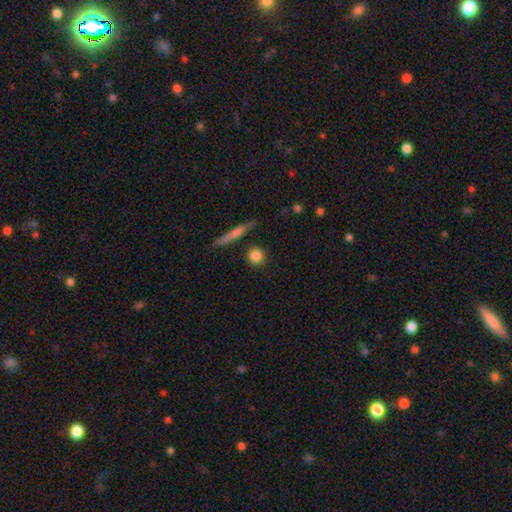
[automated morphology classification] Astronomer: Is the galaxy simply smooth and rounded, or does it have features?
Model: smooth — 83%.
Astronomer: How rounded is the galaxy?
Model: round — 86%.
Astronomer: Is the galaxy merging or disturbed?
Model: none — 85%.